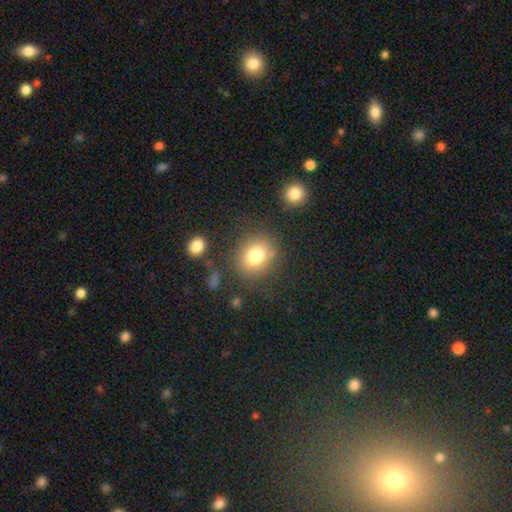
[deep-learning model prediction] Q: Smooth or featured?
A: smooth (78%); runner-up: star or artifact (12%)
Q: How rounded?
A: round (67%); runner-up: in between (32%)
Q: Merging?
A: none (80%); runner-up: minor disturbance (11%)